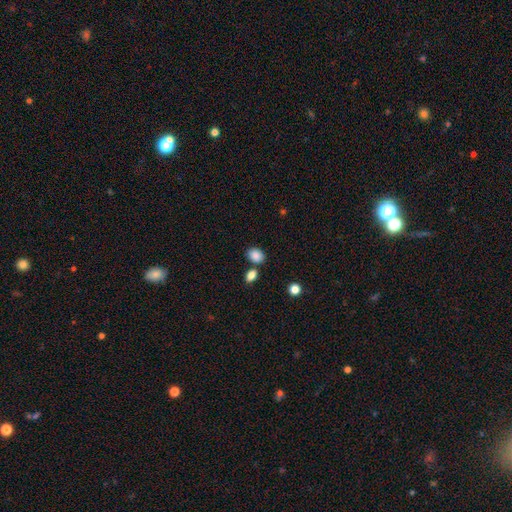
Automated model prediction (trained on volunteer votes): Q: Smooth or featured?
A: smooth (86%); runner-up: star or artifact (9%)
Q: How rounded?
A: in between (68%); runner-up: round (31%)
Q: Merging?
A: none (70%); runner-up: merger (15%)